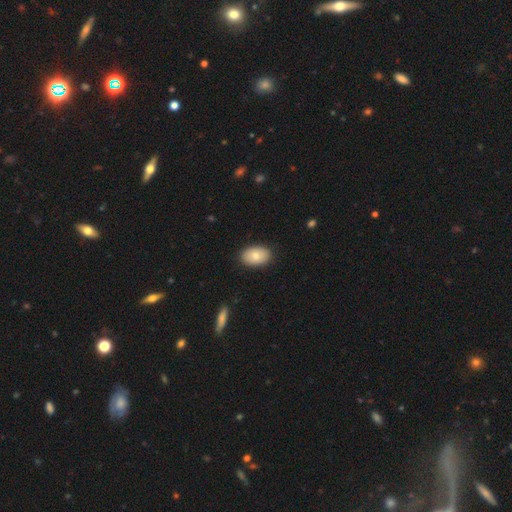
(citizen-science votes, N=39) A smooth galaxy with no disk features (87%) that is in between round and cigar-shaped (97%).

Vote fractions:
- Smooth or featured? smooth: 87% / featured or disk: 13% / star or artifact: 0%
- How rounded? in between: 97% / round: 3% / cigar-shaped: 0%
- Merging? none: 92% / minor disturbance: 5% / major disturbance: 3% / merger: 0%